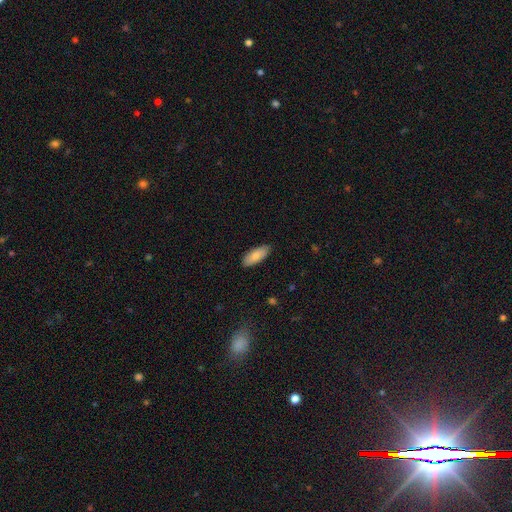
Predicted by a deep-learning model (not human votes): A smooth galaxy with no disk features (80%) that is in between round and cigar-shaped (81%). Merging: none (86%).